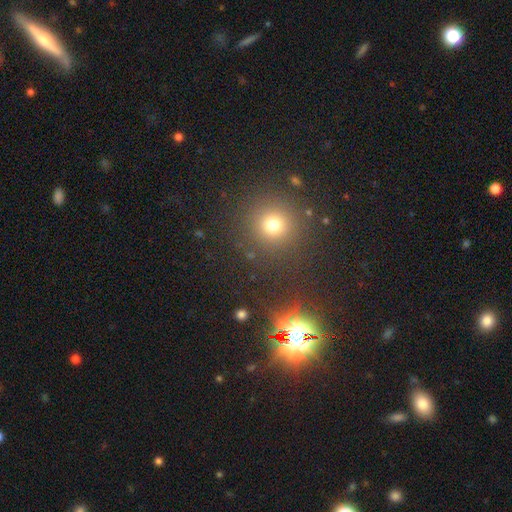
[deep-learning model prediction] smooth-or-featured: smooth: 53% | star or artifact: 40% | featured or disk: 7%
  how-rounded: round: 95% | in between: 4% | cigar-shaped: 1%
  merging: none: 90% | minor disturbance: 5% | major disturbance: 3% | merger: 2%